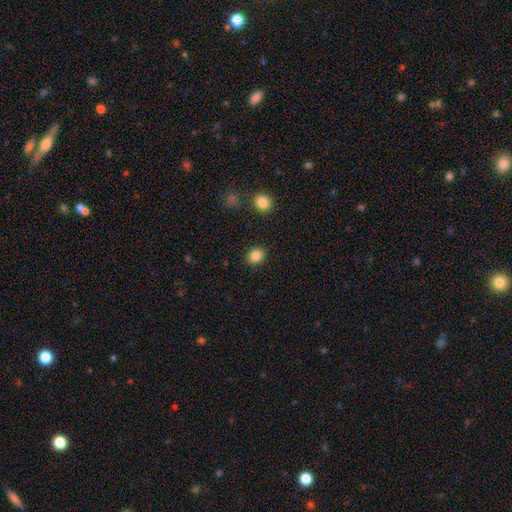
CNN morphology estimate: Smooth or featured?
  - smooth: 85% *
  - star or artifact: 10%
  - featured or disk: 5%
How rounded?
  - round: 65% *
  - in between: 34%
  - cigar-shaped: 1%
Merging?
  - none: 90% *
  - minor disturbance: 7%
  - major disturbance: 2%
  - merger: 2%